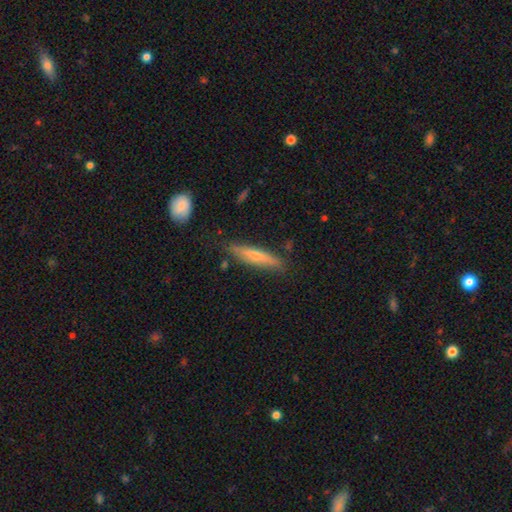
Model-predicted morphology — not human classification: Smooth or featured: smooth — 50% (featured or disk — 44%)
Merging: none — 82% (minor disturbance — 13%)